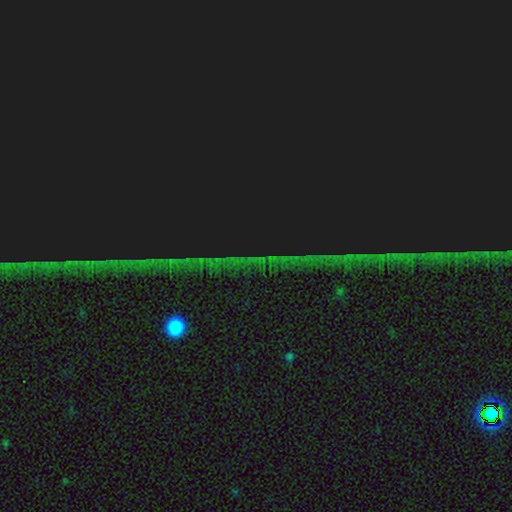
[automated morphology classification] Smooth or featured: star or artifact — 85% (smooth — 7%)